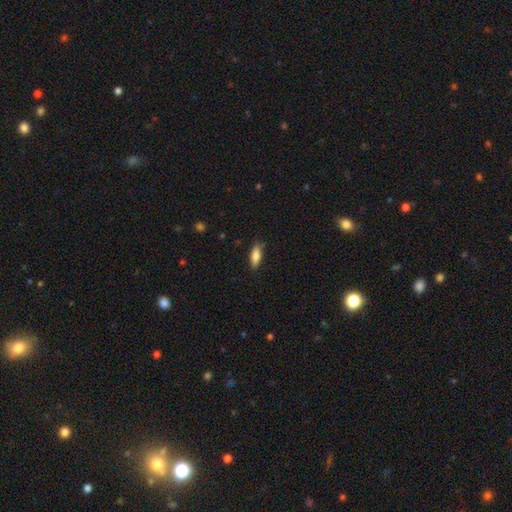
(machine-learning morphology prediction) Smooth or featured? Predicted: smooth (p=0.83). How rounded? Predicted: in between (p=0.66). Merging? Predicted: none (p=0.82).